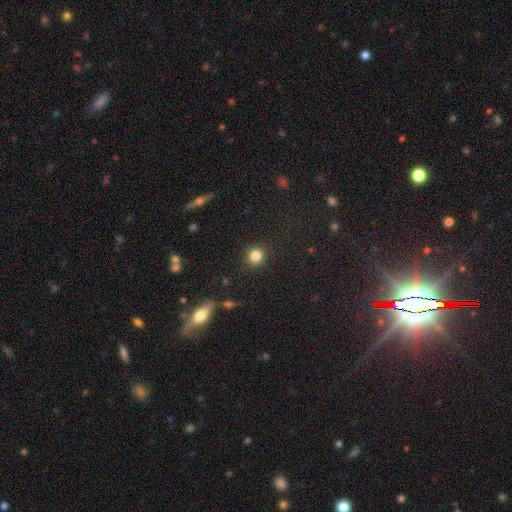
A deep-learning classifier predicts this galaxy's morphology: Overall: smooth (83%). How rounded: round (91%). Merging: none (90%).